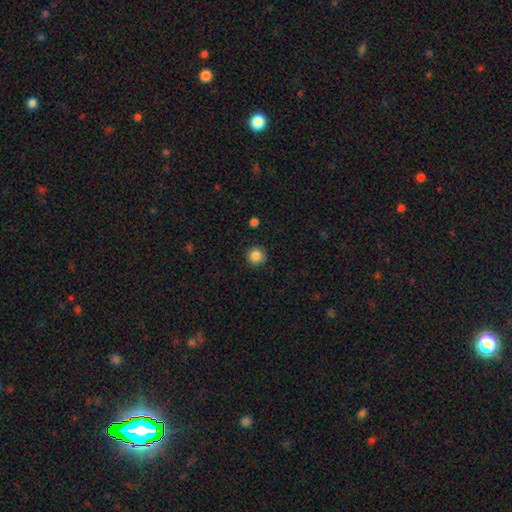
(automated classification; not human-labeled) A smooth galaxy with no disk features (86%) that is round (95%).

Vote fractions:
- Smooth or featured? smooth: 86% / star or artifact: 10% / featured or disk: 4%
- How rounded? round: 95% / in between: 4% / cigar-shaped: 1%
- Merging? none: 90% / minor disturbance: 7% / major disturbance: 2% / merger: 1%